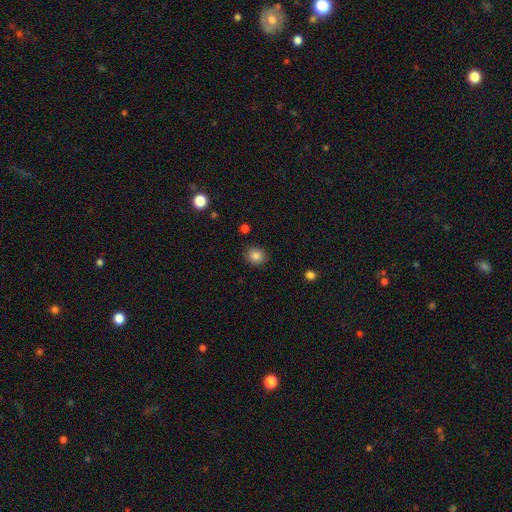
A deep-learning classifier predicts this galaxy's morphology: This is clearly a smooth galaxy (84%). How rounded: likely round (73%). Merging: clearly none (87%).